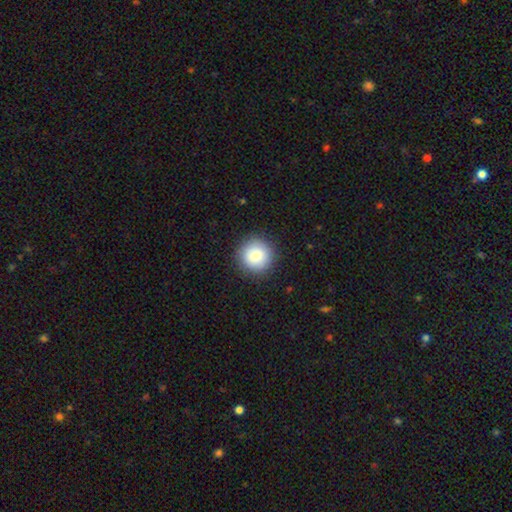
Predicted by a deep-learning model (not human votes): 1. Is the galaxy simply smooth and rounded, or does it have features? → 85% smooth, 9% star or artifact, 7% featured or disk.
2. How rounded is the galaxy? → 95% round, 4% in between, 1% cigar-shaped.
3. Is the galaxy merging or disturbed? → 91% none, 6% minor disturbance, 2% major disturbance, 1% merger.